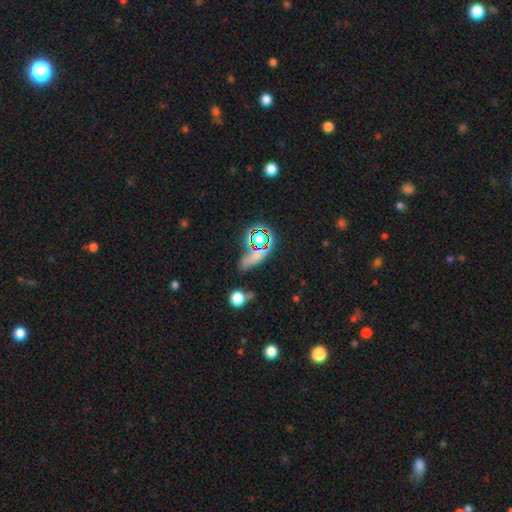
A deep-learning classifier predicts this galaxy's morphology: type=smooth (46%); merging=none (62%).